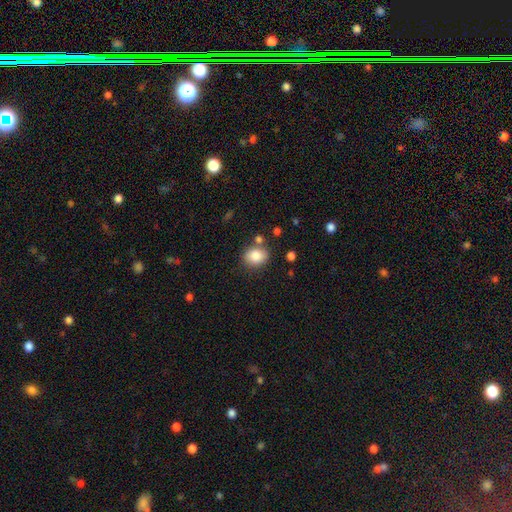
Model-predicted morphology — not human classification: smooth 84%, star or artifact 9%, featured or disk 7%. Down the decision tree: how rounded — round (56%); merging — none (76%).